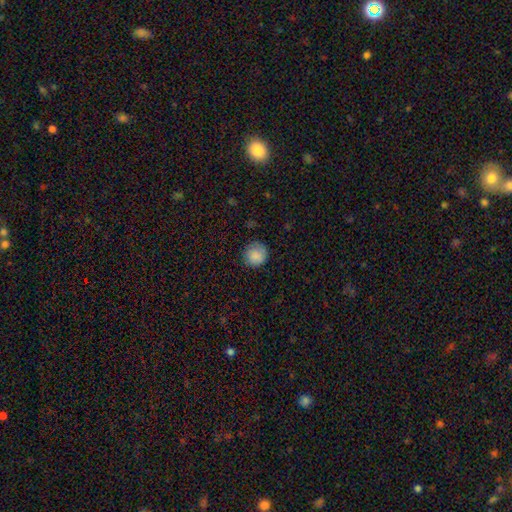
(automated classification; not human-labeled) The model was most divided on "merging": none: 83%, minor disturbance: 13%, major disturbance: 3%, merger: 1%. More confident: how rounded — round (93%); smooth or featured — smooth (87%).